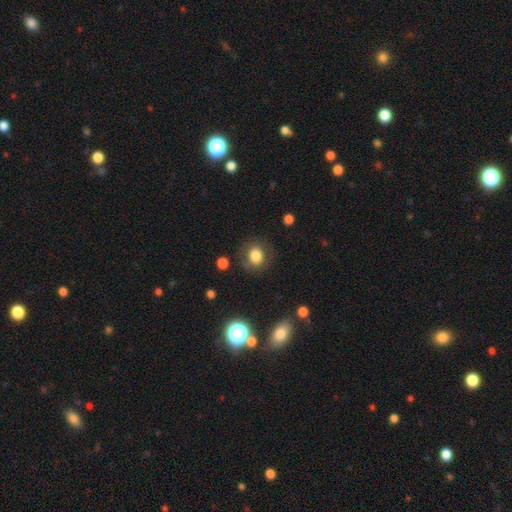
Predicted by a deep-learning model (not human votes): Morphology: type=smooth (78%); roundness=round (72%); merging=none (80%).